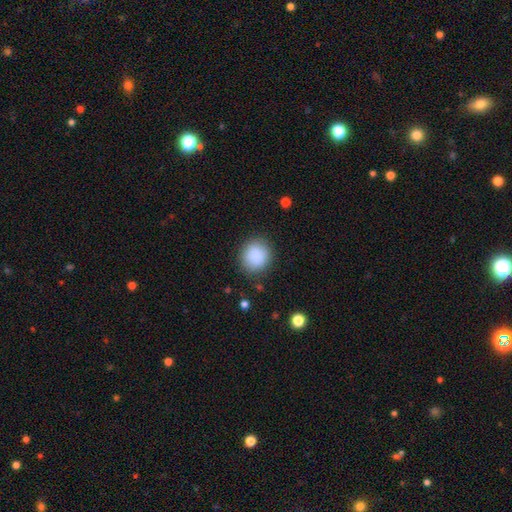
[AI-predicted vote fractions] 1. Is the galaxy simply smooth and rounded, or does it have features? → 88% smooth, 8% star or artifact, 4% featured or disk.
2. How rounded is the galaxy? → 83% round, 16% in between, 1% cigar-shaped.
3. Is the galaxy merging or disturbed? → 85% none, 10% minor disturbance, 3% major disturbance, 1% merger.